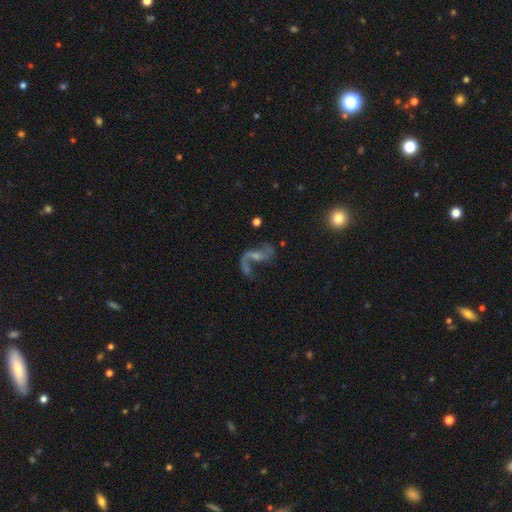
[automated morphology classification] featured or disk 83%, star or artifact 9%, smooth 8%. Down the decision tree: edge-on disk — no (97%); bar — weak (40%, tied with no); spiral arms — yes (92%); spiral arm count — 2 (82%); spiral winding — loose (80%); bulge size — small (51%); merging — none (51%).